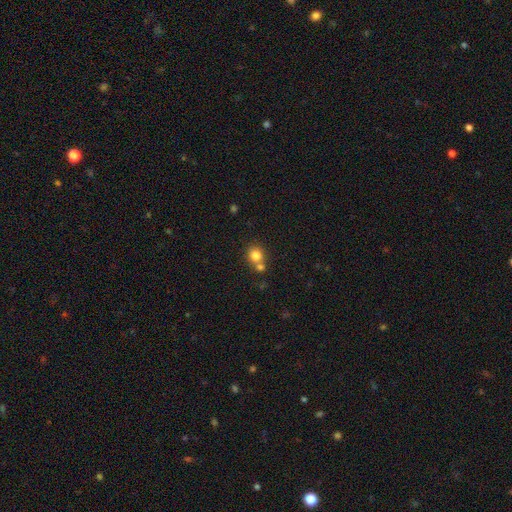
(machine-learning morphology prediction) Overall: smooth (81%). How rounded: round (84%). Merging: none (53%; merger 37%).